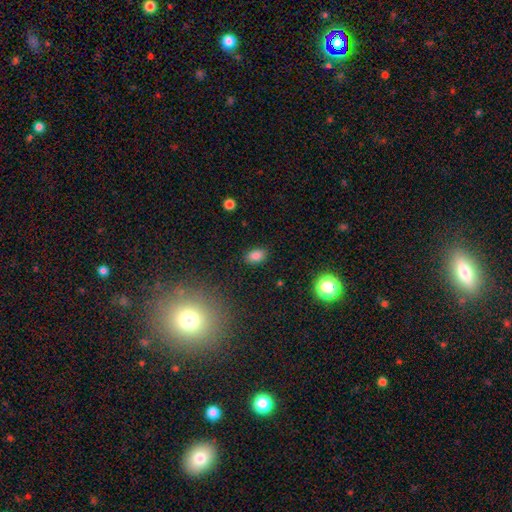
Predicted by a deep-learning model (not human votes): Smooth or featured: smooth — 84% (star or artifact — 12%)
How rounded: in between — 83% (round — 16%)
Merging: none — 86% (minor disturbance — 10%)